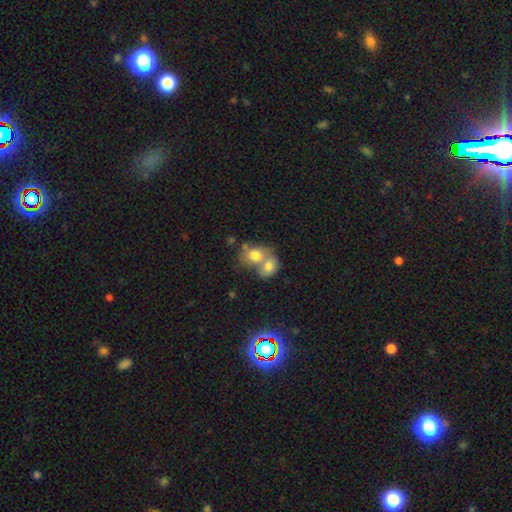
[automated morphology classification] smooth-or-featured: smooth: 75% | featured or disk: 17% | star or artifact: 9%
  how-rounded: in between: 57% | round: 42% | cigar-shaped: 1%
  merging: merger: 71% | none: 19% | minor disturbance: 6% | major disturbance: 4%